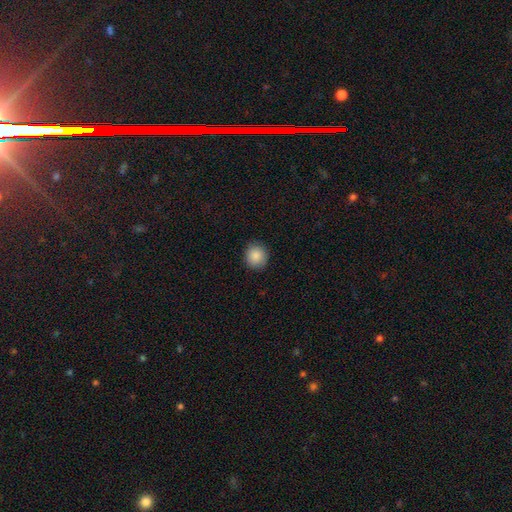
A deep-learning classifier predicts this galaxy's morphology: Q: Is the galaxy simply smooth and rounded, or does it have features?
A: smooth — 88%.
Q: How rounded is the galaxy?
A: round — 90%.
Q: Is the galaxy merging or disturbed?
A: none — 89%.